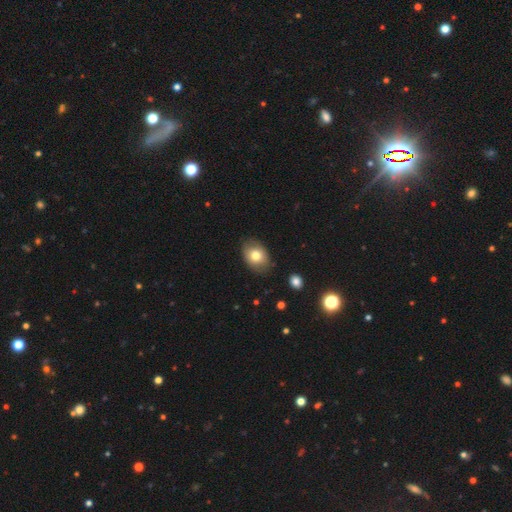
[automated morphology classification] smooth-or-featured: smooth: 77% | featured or disk: 15% | star or artifact: 8%
  how-rounded: in between: 72% | round: 27% | cigar-shaped: 1%
  merging: none: 82% | minor disturbance: 14% | major disturbance: 3% | merger: 2%